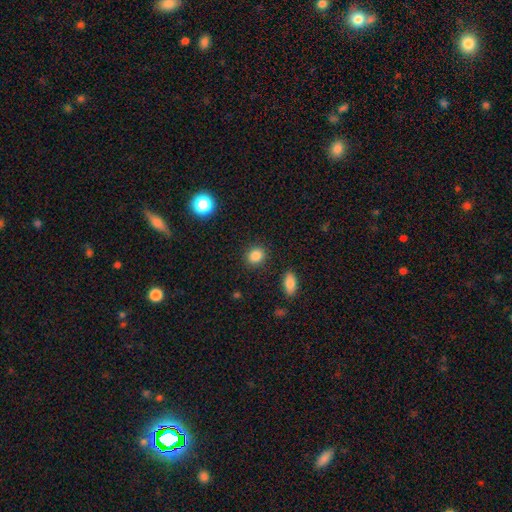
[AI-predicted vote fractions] smooth 86%, star or artifact 10%, featured or disk 4%. Down the decision tree: how rounded — round (65%); merging — none (88%).